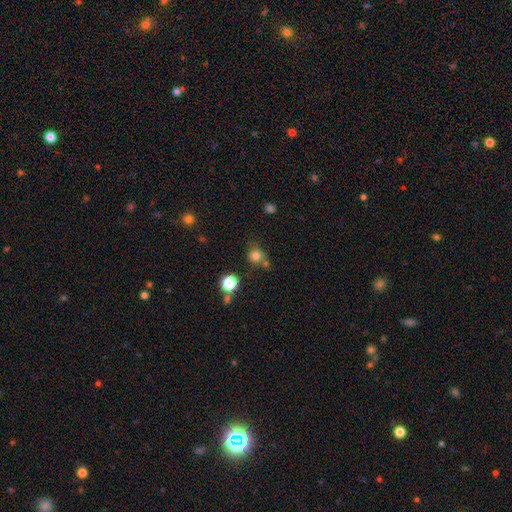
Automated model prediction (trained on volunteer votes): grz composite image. It shows a smooth galaxy with no disk features (78%) that is round (82%). Merging: none (59%).